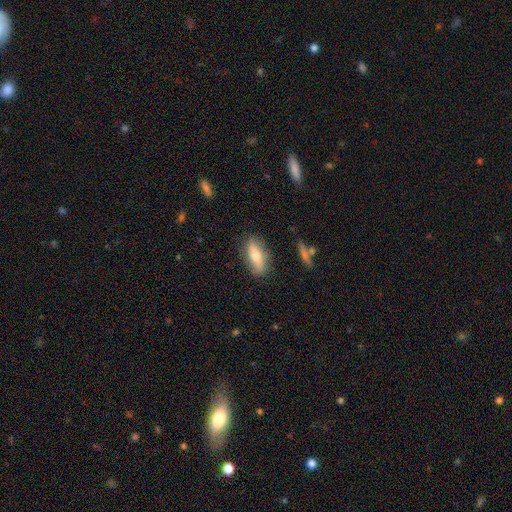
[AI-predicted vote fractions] A smooth galaxy with no disk features (60%) that is in between round and cigar-shaped (64%). Merging: none (82%).